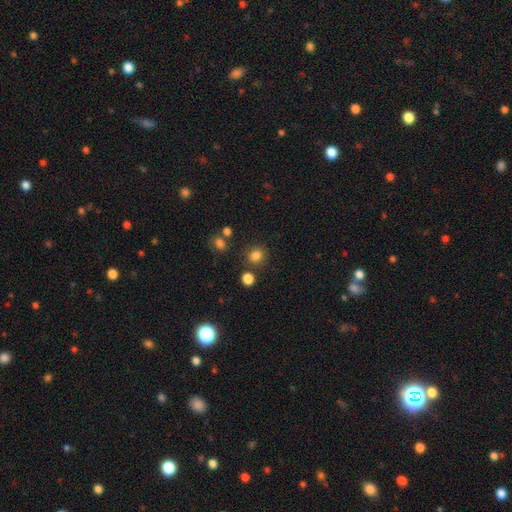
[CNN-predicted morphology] smooth-or-featured: smooth: 81% | star or artifact: 14% | featured or disk: 5%
  how-rounded: round: 76% | in between: 23% | cigar-shaped: 1%
  merging: none: 80% | minor disturbance: 10% | merger: 7% | major disturbance: 4%